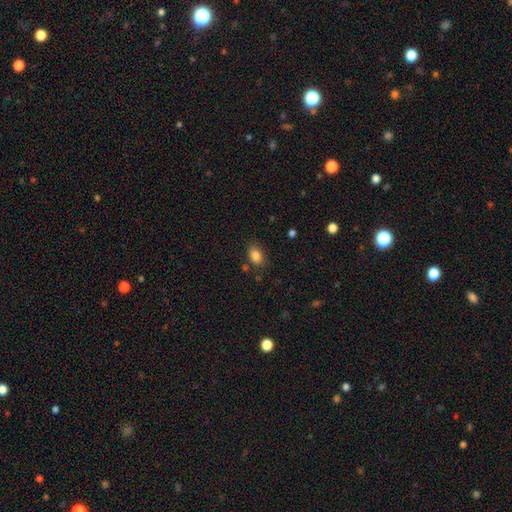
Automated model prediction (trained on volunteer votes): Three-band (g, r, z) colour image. It shows a smooth galaxy with no disk features (84%) that is in between round and cigar-shaped (82%). Merging: none (78%).